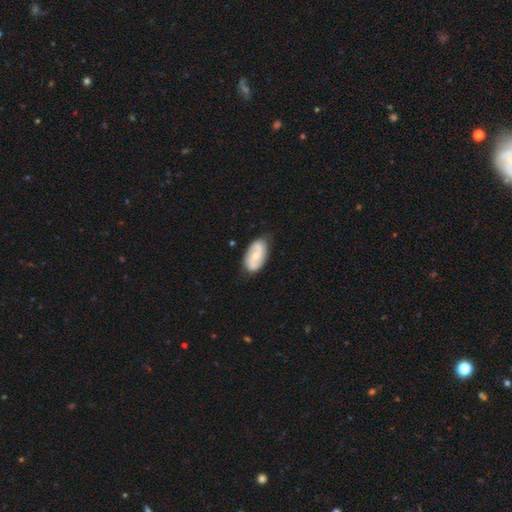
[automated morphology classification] Overall: featured or disk (64%; smooth 31%). Edge-on disk: no (96%). Bar: no (49%; weak 40%). Spiral arms: yes (90%). Spiral arm count: 2 (87%). Spiral winding: medium (42%; loose 35%). Bulge size: moderate (47%; small 46%). Merging: none (79%).